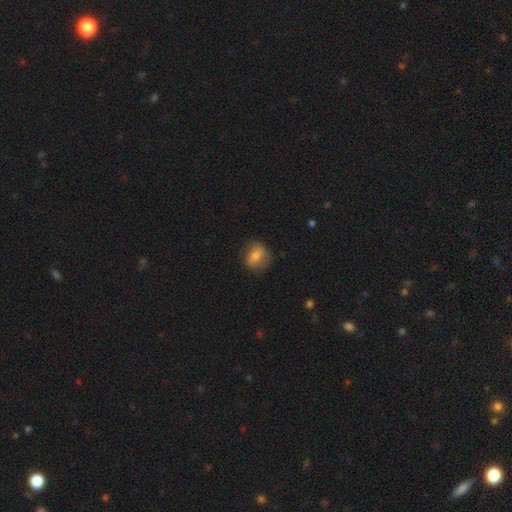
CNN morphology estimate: Overall: smooth (68%). How rounded: round (56%; in between 42%). Merging: none (69%).